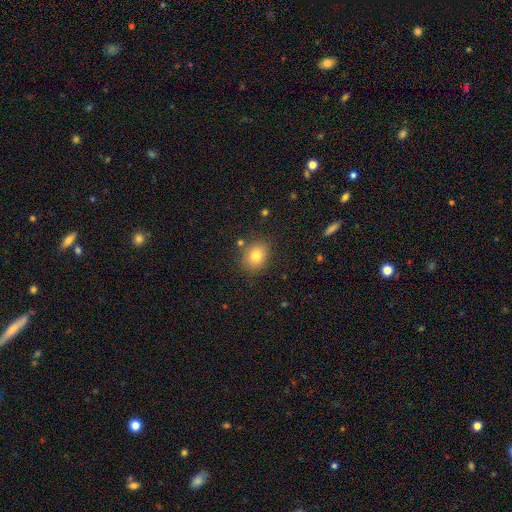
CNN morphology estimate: Overall: smooth (80%). How rounded: round (57%; in between 42%). Merging: none (81%).